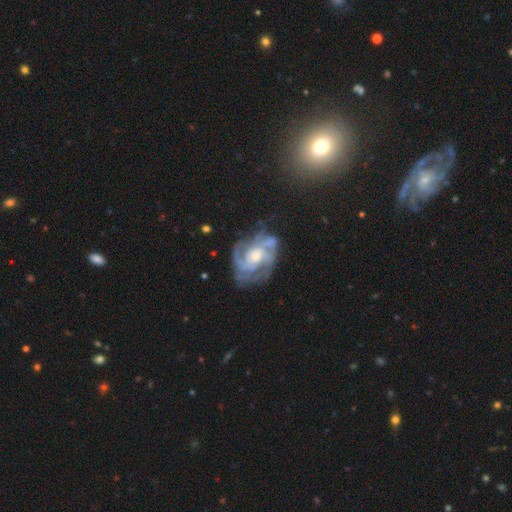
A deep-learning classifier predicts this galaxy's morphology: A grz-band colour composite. It shows a featured or disk galaxy (88%) with no bar (62%), 3 (31%) tight (49%) spiral arms (95%) and a moderate central bulge (60%). Merging: none (61%).